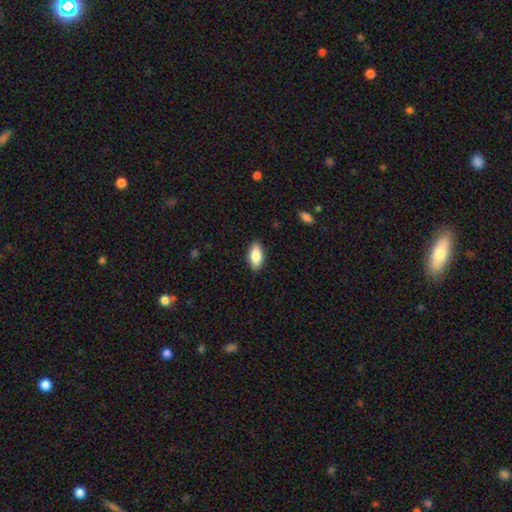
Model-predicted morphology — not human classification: A smooth galaxy with no disk features (81%) that is in between round and cigar-shaped (88%). Merging: none (89%).